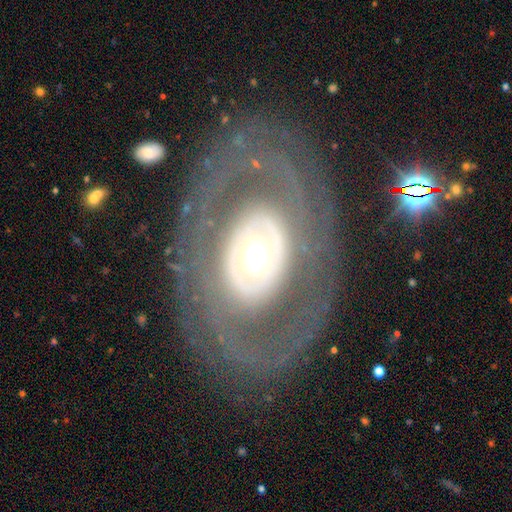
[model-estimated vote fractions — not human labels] Smooth or featured? Predicted: featured or disk (p=0.76). Edge-on disk? Predicted: no (p=0.93). Bar? Predicted: no (p=0.77). Spiral arms? Predicted: no (p=0.59). Bulge size? Predicted: moderate (p=0.57). Merging? Predicted: none (p=0.80).